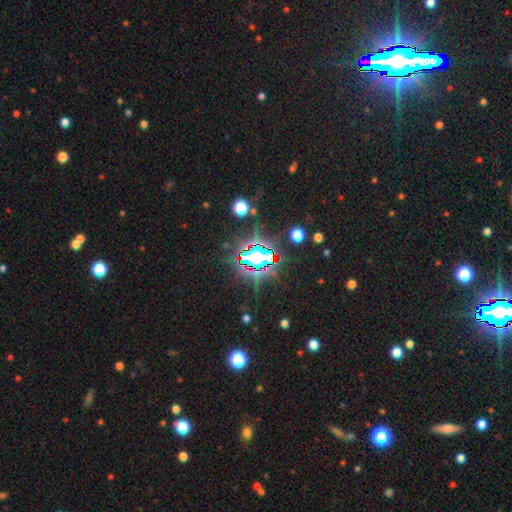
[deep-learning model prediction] star or artifact 81%, smooth 11%, featured or disk 8%.